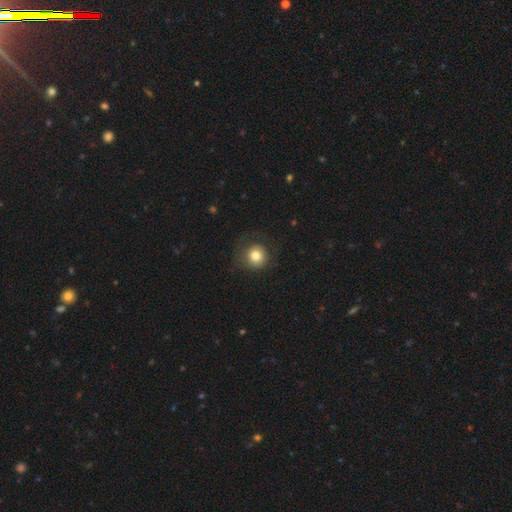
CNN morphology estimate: This is likely a smooth galaxy (79%). How rounded: clearly round (93%). Merging: likely none (77%).